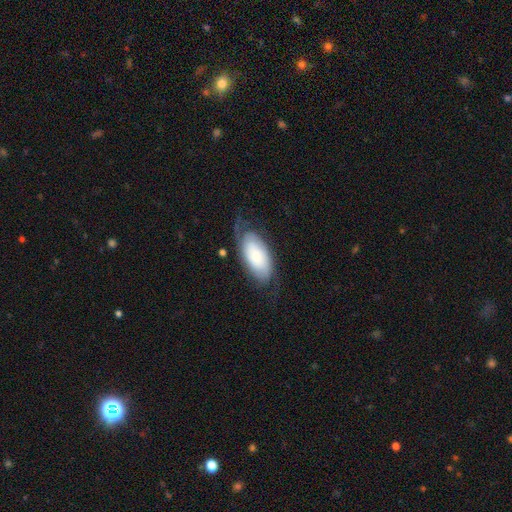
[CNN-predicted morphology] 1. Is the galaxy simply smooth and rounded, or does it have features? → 48% featured or disk, 45% smooth, 7% star or artifact.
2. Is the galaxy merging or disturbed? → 61% none, 24% minor disturbance, 14% major disturbance, 1% merger.